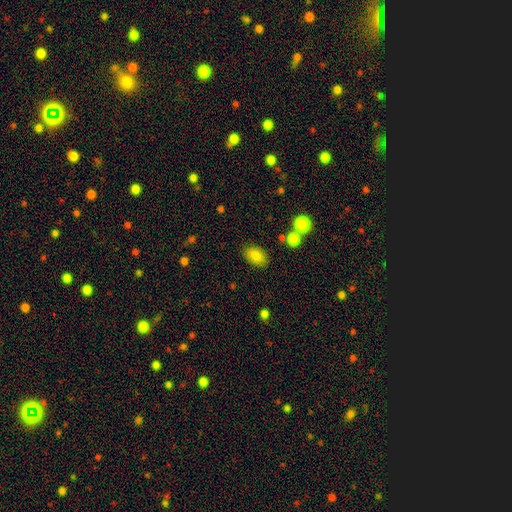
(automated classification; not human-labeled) The model was most divided on "merging": none: 83%, minor disturbance: 10%, merger: 3%, major disturbance: 3%. More confident: how rounded — in between (88%); smooth or featured — smooth (86%).